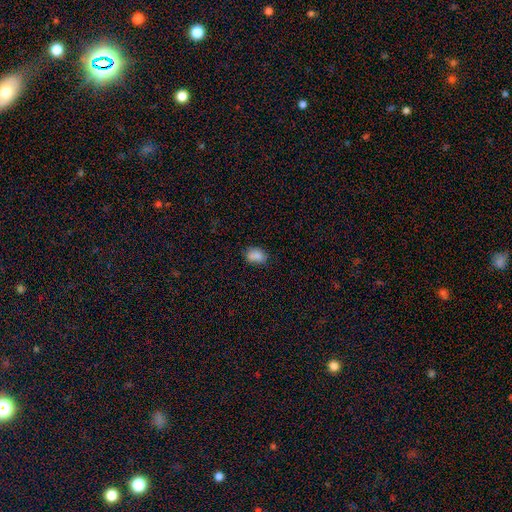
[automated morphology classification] smooth-or-featured: smooth: 85% | star or artifact: 9% | featured or disk: 5%
  how-rounded: in between: 76% | round: 23% | cigar-shaped: 1%
  merging: none: 74% | minor disturbance: 21% | major disturbance: 4% | merger: 2%